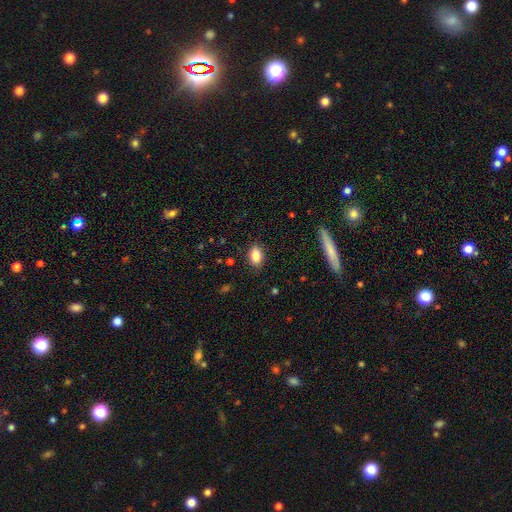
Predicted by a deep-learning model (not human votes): smooth 84%, star or artifact 9%, featured or disk 8%. Down the decision tree: how rounded — in between (85%); merging — none (87%).